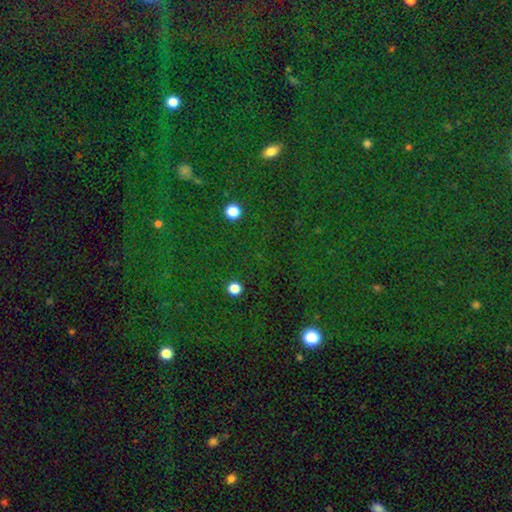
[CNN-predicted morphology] star or artifact 80%, smooth 13%, featured or disk 8%.